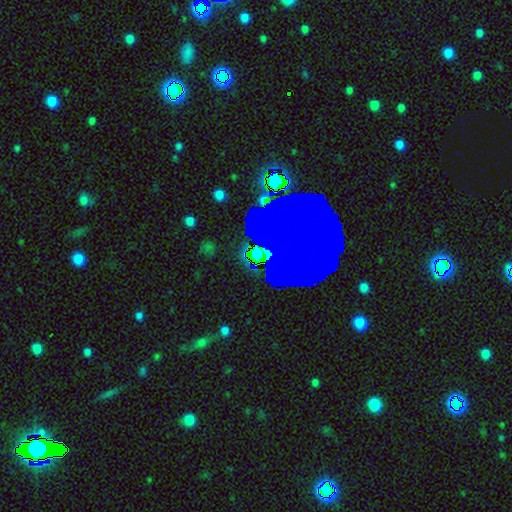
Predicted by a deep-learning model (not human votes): smooth-or-featured: star or artifact: 75% | featured or disk: 13% | smooth: 12%